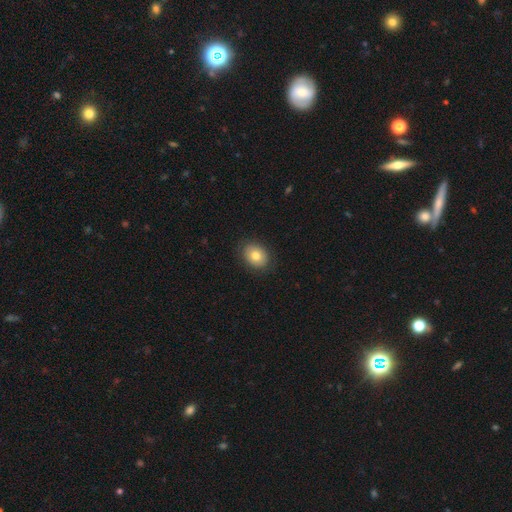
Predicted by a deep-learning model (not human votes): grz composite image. It shows a smooth galaxy with no disk features (76%) that is in between round and cigar-shaped (54%). Merging: none (86%).